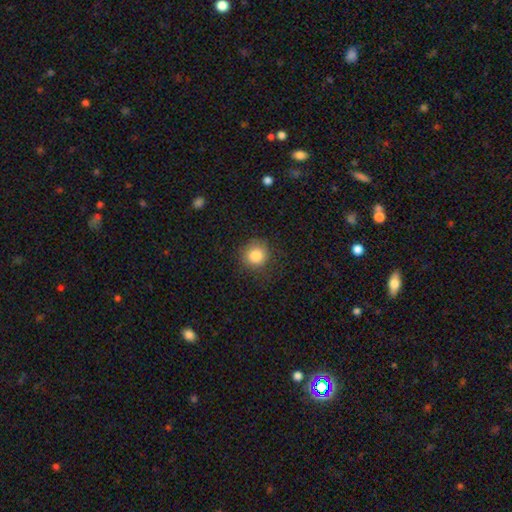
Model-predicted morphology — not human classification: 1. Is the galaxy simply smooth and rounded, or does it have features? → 84% smooth, 10% star or artifact, 6% featured or disk.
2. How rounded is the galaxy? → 90% round, 9% in between, 1% cigar-shaped.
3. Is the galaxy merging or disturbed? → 82% none, 12% minor disturbance, 5% major disturbance, 1% merger.